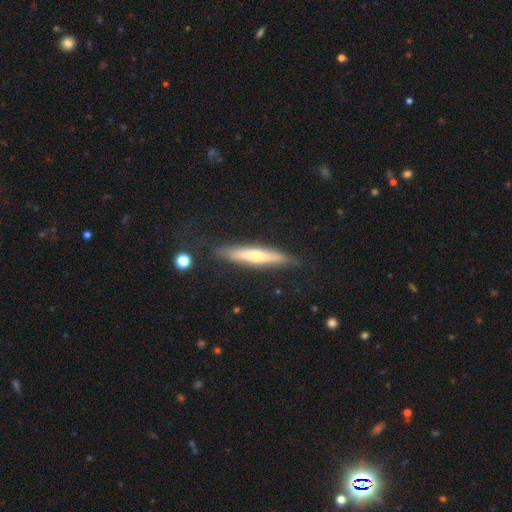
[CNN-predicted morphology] smooth-or-featured: featured or disk: 52% | smooth: 42% | star or artifact: 6%
  disk-edge-on: yes: 86% | no: 14%
  merging: none: 83% | minor disturbance: 12% | major disturbance: 3% | merger: 2%